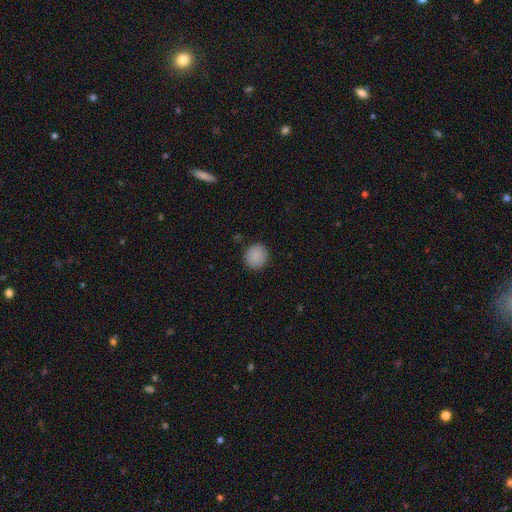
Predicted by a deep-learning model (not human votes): A smooth galaxy with no disk features (88%) that is round (91%). Merging: none (90%).